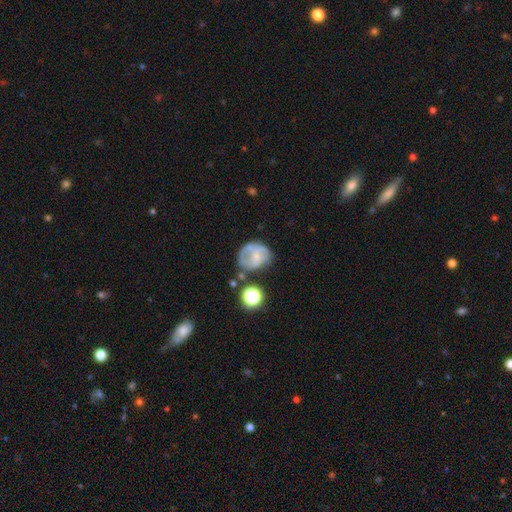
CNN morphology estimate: smooth-or-featured: featured or disk: 56% | smooth: 33% | star or artifact: 11%
  disk-edge-on: no: 98% | yes: 2%
    bar: no: 72% | weak: 23% | strong: 5%
    has-spiral-arms: yes: 61% | no: 39%
    bulge-size: small: 48% | none: 29% | moderate: 19% | large: 2% | dominant: 1%
  merging: none: 44% | minor disturbance: 26% | major disturbance: 22% | merger: 8%